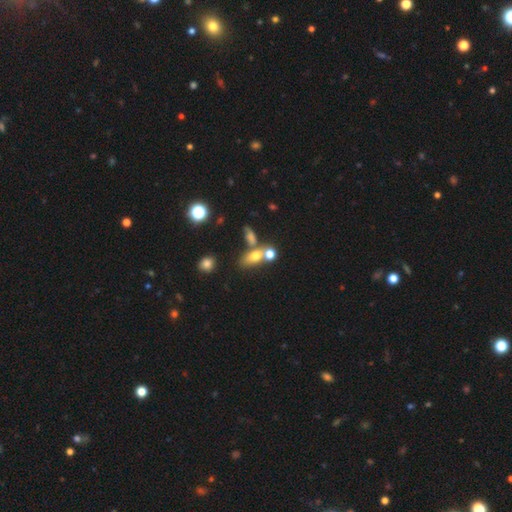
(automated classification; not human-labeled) Smooth or featured: smooth — 67% (featured or disk — 19%)
How rounded: in between — 67% (round — 21%)
Merging: merger — 41% (none — 40%)